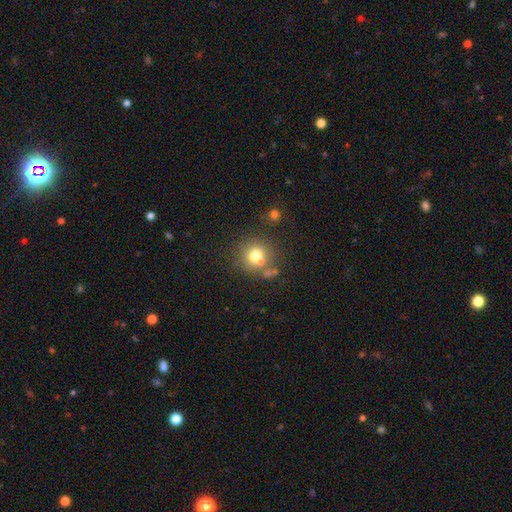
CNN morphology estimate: Smooth or featured? Predicted: smooth (p=0.73). How rounded? Predicted: round (p=0.89). Merging? Predicted: none (p=0.65).